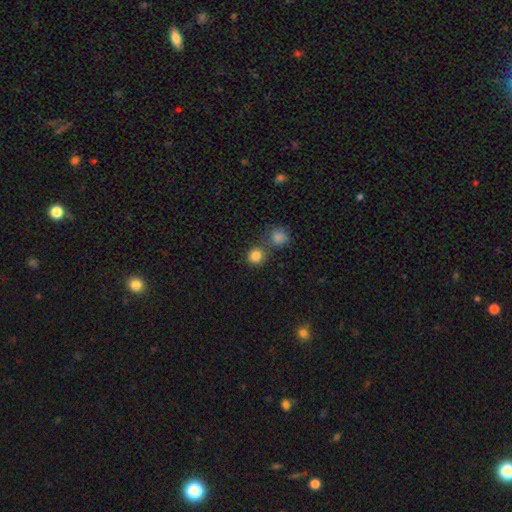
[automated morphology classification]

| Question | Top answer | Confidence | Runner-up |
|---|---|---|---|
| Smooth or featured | smooth | 83% | star or artifact (12%) |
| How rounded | round | 90% | in between (9%) |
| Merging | none | 65% | merger (24%) |